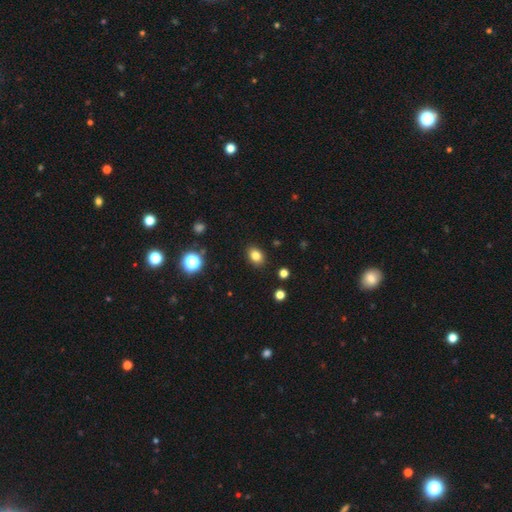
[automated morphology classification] Smooth or featured: smooth — 82% (star or artifact — 12%)
How rounded: in between — 70% (round — 29%)
Merging: none — 89% (minor disturbance — 8%)